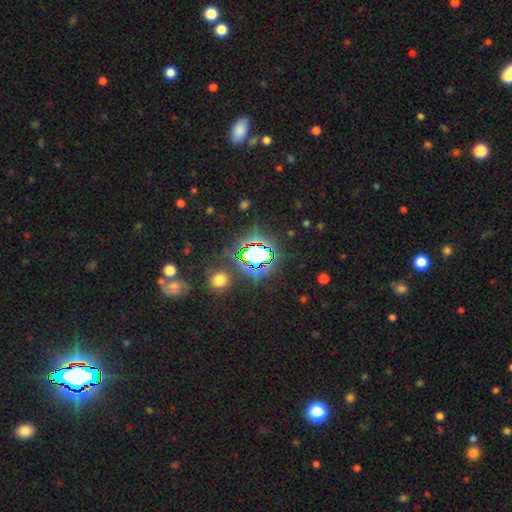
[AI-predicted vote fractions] Smooth or featured: star or artifact — 71% (smooth — 19%)